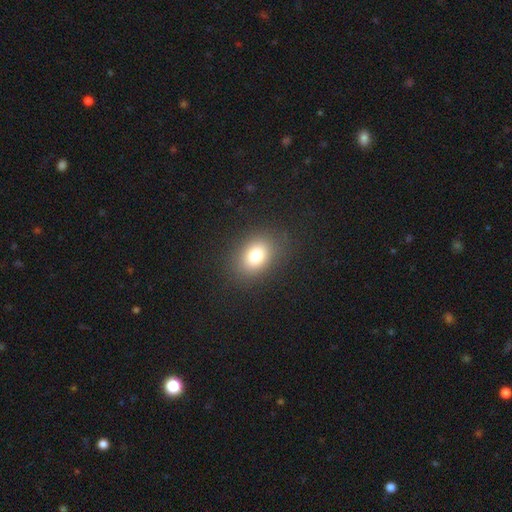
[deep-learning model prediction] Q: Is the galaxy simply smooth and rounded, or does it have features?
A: smooth — 78%.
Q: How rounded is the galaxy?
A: in between — 66%.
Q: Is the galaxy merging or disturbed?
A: none — 85%.